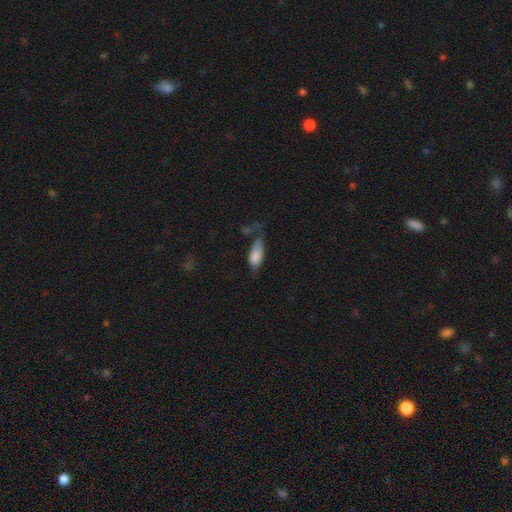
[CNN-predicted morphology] Q: Smooth or featured?
A: smooth (76%); runner-up: featured or disk (17%)
Q: How rounded?
A: in between (80%); runner-up: cigar-shaped (17%)
Q: Merging?
A: none (34%); tied with: minor disturbance (34%)